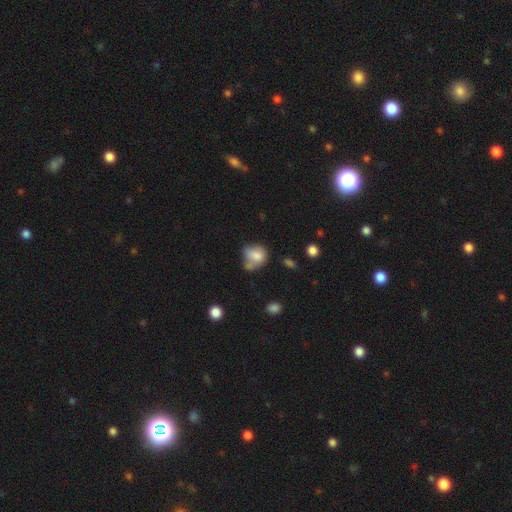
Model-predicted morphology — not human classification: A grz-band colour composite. It shows a smooth galaxy with no disk features (77%) that is round (61%). Merging: none (38%).